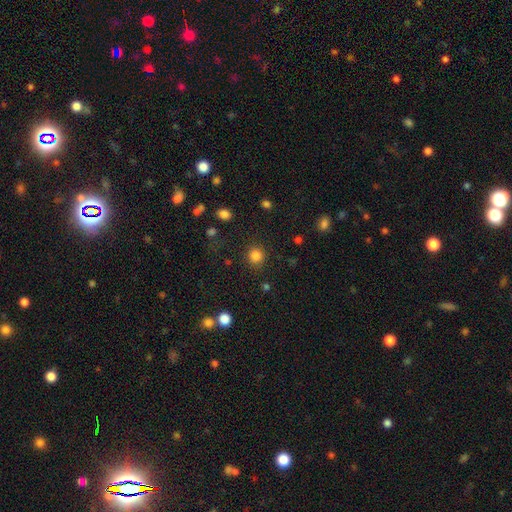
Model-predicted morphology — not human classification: Smooth or featured: smooth — 84% (star or artifact — 12%)
How rounded: round — 90% (in between — 9%)
Merging: none — 88% (minor disturbance — 7%)